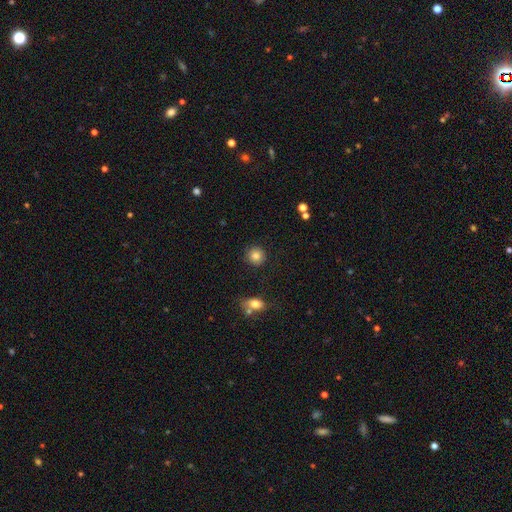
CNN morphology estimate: Q: Smooth or featured?
A: smooth (84%); runner-up: star or artifact (10%)
Q: How rounded?
A: round (92%); runner-up: in between (7%)
Q: Merging?
A: none (89%); runner-up: minor disturbance (7%)